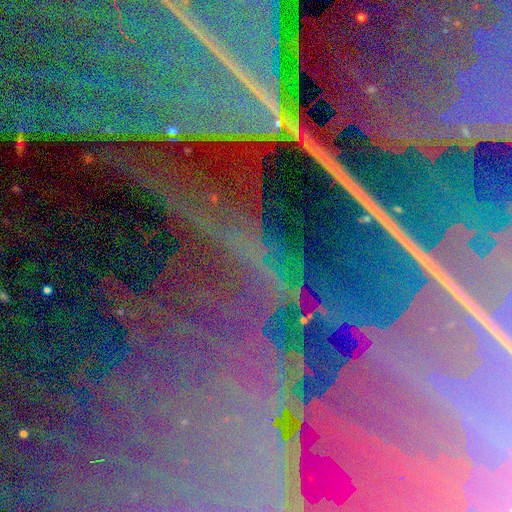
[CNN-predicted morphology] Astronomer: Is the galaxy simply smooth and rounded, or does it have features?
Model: star or artifact — 88%.